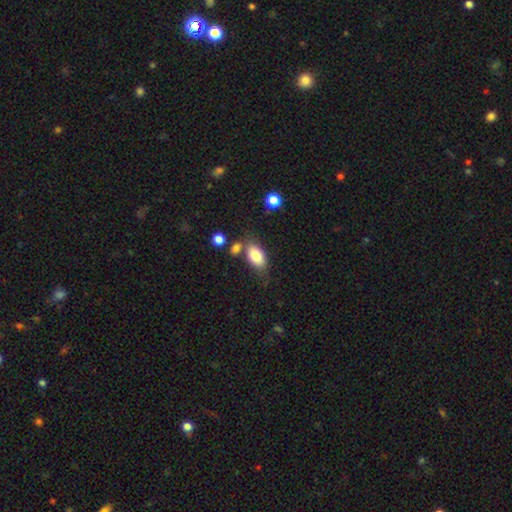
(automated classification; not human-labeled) smooth 82%, featured or disk 11%, star or artifact 8%. Down the decision tree: how rounded — in between (90%); merging — none (66%).